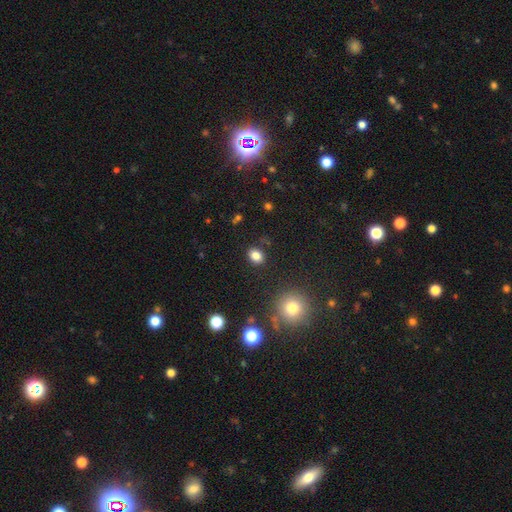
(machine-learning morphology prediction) Smooth or featured: smooth — 82% (star or artifact — 12%)
How rounded: in between — 54% (round — 45%)
Merging: none — 87% (minor disturbance — 8%)